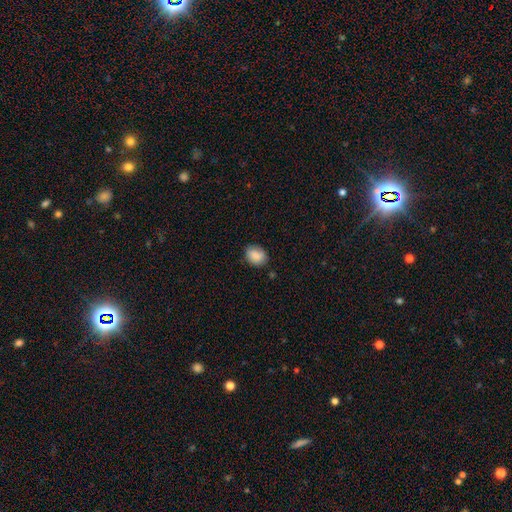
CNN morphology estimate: Overall: smooth (87%). How rounded: in between (62%; round 37%). Merging: none (78%).